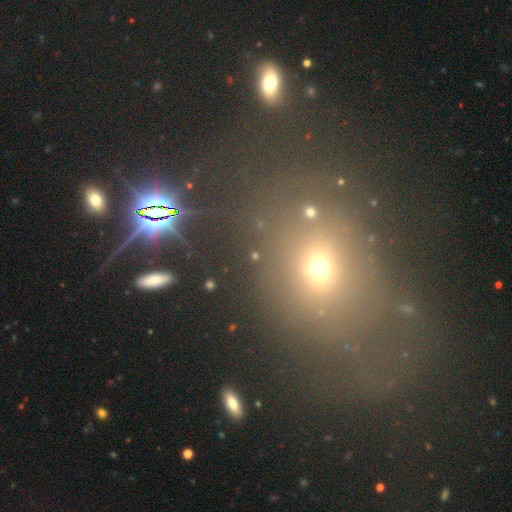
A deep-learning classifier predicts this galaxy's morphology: Smooth or featured? smooth (44%)
Merging? none (75%)